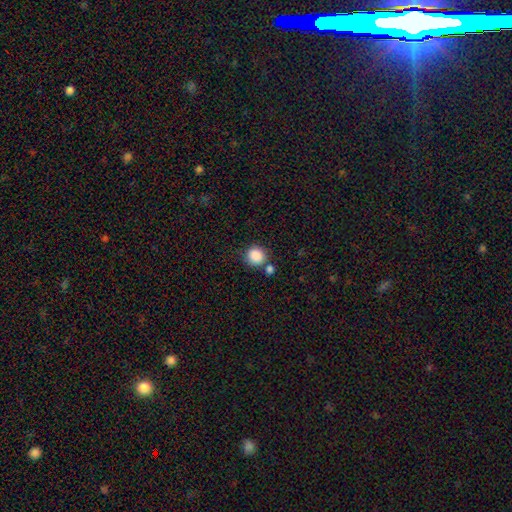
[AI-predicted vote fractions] A smooth galaxy with no disk features (87%) that is round (89%).

Vote fractions:
- Smooth or featured? smooth: 87% / star or artifact: 9% / featured or disk: 4%
- How rounded? round: 89% / in between: 10% / cigar-shaped: 1%
- Merging? none: 72% / merger: 13% / minor disturbance: 11% / major disturbance: 4%